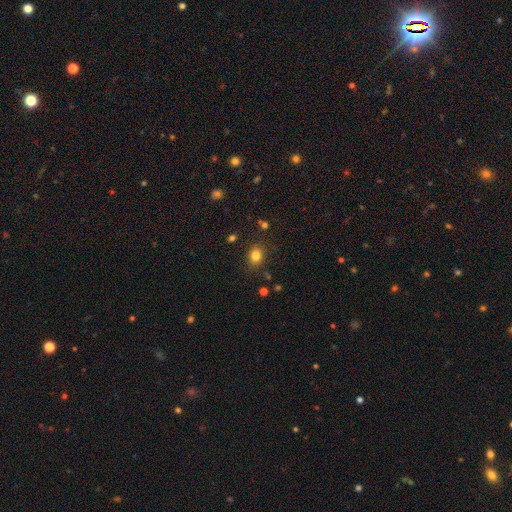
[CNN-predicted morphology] type=smooth (81%); roundness=round (58%); merging=none (82%).